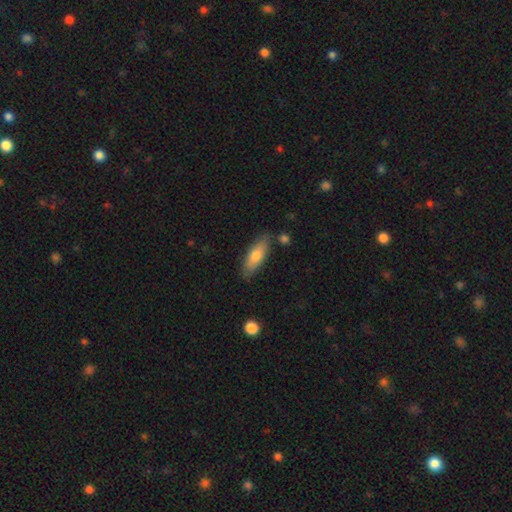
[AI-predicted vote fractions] Smooth or featured?
  - smooth: 73% *
  - featured or disk: 21%
  - star or artifact: 6%
How rounded?
  - in between: 60% *
  - cigar-shaped: 38%
  - round: 2%
Merging?
  - none: 80% *
  - minor disturbance: 14%
  - merger: 4%
  - major disturbance: 3%